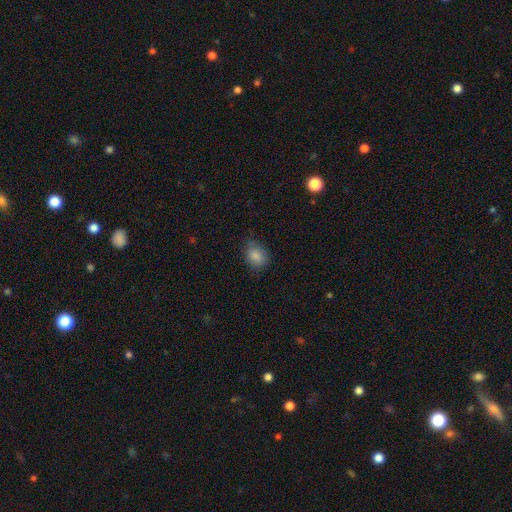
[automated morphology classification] smooth-or-featured: smooth: 85% | star or artifact: 9% | featured or disk: 6%
  how-rounded: in between: 58% | round: 41% | cigar-shaped: 1%
  merging: none: 68% | minor disturbance: 25% | major disturbance: 6% | merger: 1%